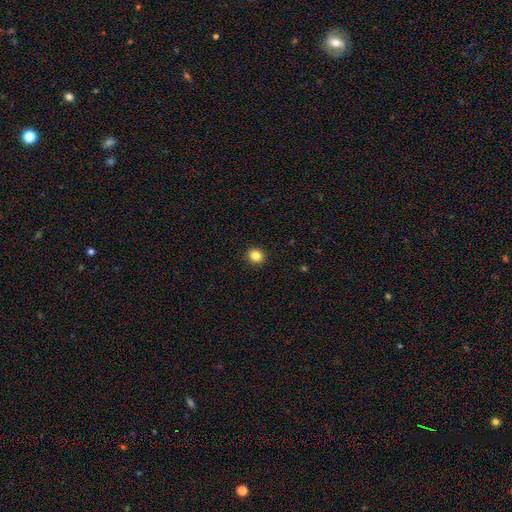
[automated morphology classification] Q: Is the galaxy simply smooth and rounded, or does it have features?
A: smooth — 84%.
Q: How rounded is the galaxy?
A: round — 85%.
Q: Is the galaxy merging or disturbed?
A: none — 93%.